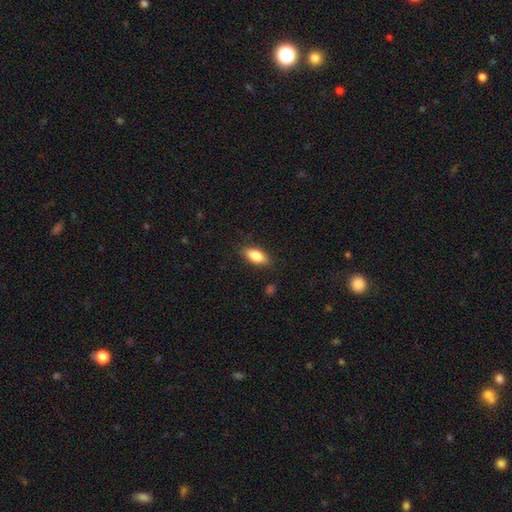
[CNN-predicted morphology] A smooth galaxy with no disk features (83%) that is in between round and cigar-shaped (86%). Merging: none (85%).